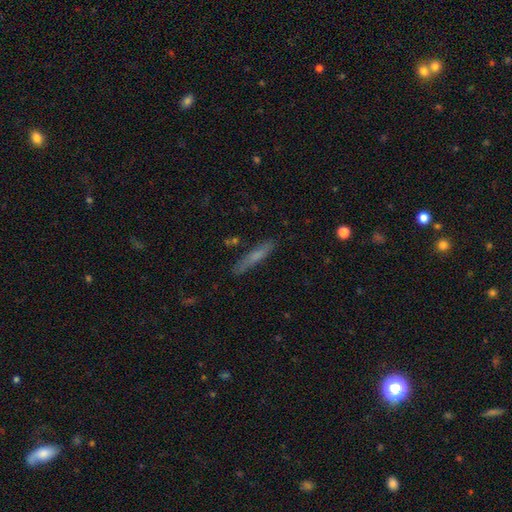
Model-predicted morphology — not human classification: Q: Smooth or featured?
A: smooth (58%); runner-up: featured or disk (34%)
Q: How rounded?
A: cigar-shaped (92%); runner-up: in between (6%)
Q: Merging?
A: none (85%); runner-up: minor disturbance (11%)